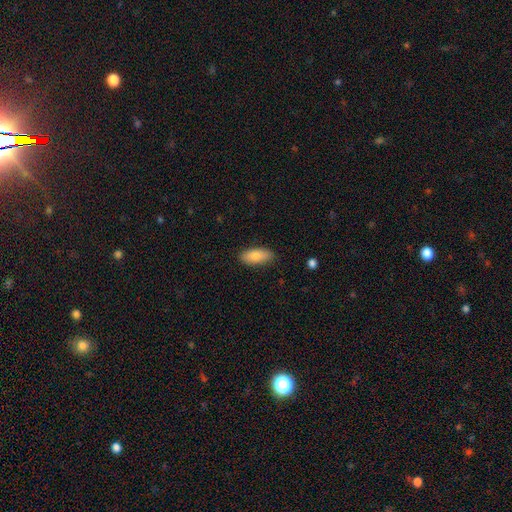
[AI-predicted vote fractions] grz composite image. It shows a smooth galaxy with no disk features (84%) that is in between round and cigar-shaped (83%). Merging: none (86%).